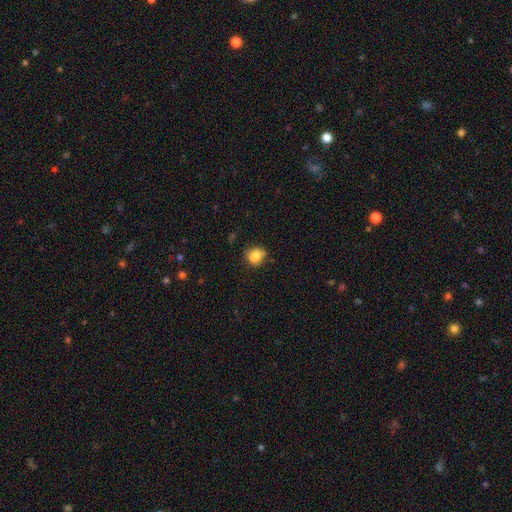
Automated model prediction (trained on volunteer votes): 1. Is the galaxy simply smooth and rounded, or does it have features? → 80% smooth, 10% star or artifact, 10% featured or disk.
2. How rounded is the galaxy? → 73% round, 26% in between, 1% cigar-shaped.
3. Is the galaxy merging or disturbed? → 67% none, 22% minor disturbance, 7% merger, 5% major disturbance.